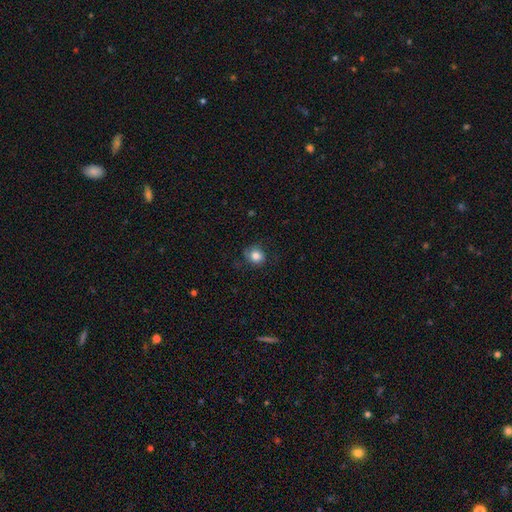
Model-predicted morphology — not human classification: smooth_or_featured: smooth (p=0.83) [alt: star or artifact p=0.09]
how_rounded: round (p=0.79) [alt: in between p=0.20]
merging: none (p=0.73) [alt: minor disturbance p=0.19]